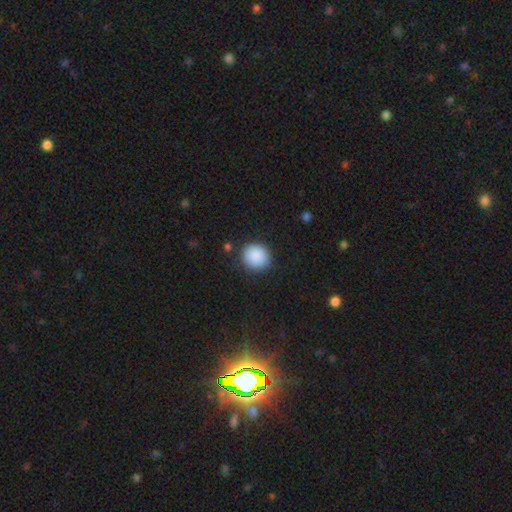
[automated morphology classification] Q: Smooth or featured?
A: smooth (89%); runner-up: star or artifact (8%)
Q: How rounded?
A: round (86%); runner-up: in between (13%)
Q: Merging?
A: none (87%); runner-up: minor disturbance (8%)